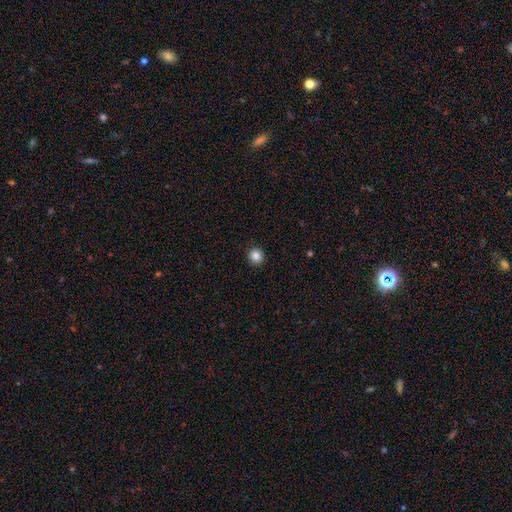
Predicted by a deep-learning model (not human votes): This is clearly a smooth galaxy (86%). How rounded: clearly round (91%). Merging: clearly none (92%).